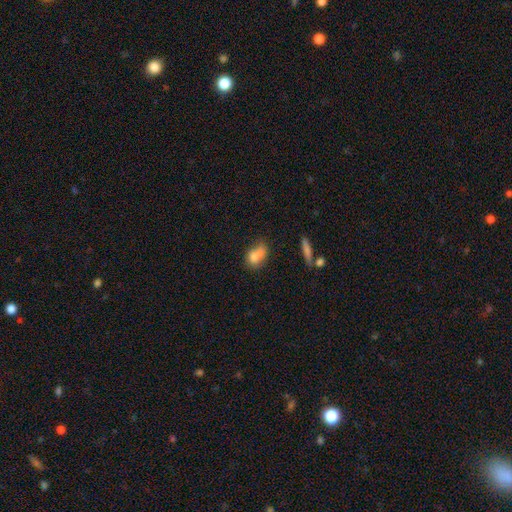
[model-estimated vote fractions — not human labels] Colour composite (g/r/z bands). It shows a smooth galaxy with no disk features (74%) that is in between round and cigar-shaped (65%). Merging: merger (47%).